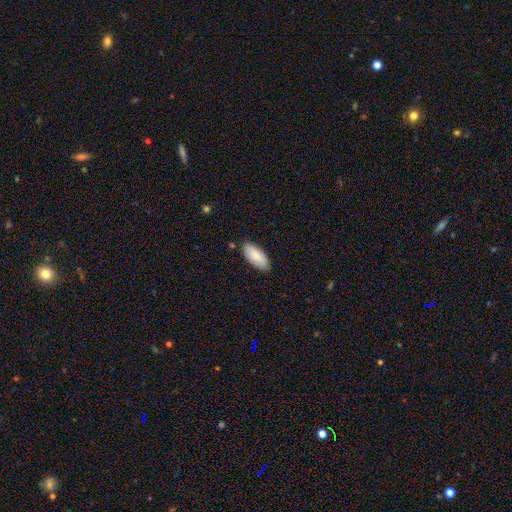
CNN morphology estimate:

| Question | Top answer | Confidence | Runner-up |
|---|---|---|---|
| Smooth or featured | smooth | 85% | featured or disk (9%) |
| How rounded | in between | 87% | cigar-shaped (12%) |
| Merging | none | 86% | minor disturbance (11%) |